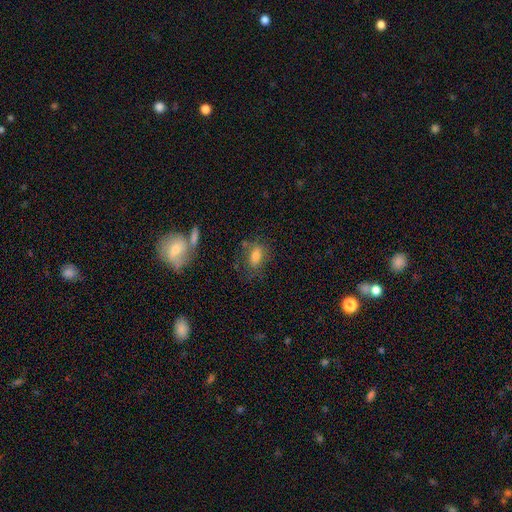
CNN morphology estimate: Overall: smooth (71%). How rounded: in between (80%). Merging: none (64%).